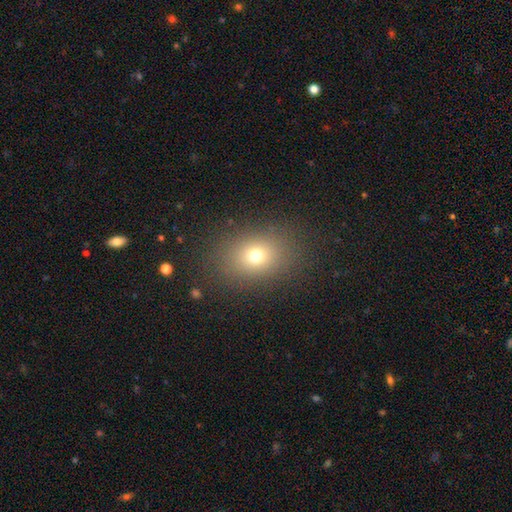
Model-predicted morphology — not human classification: A smooth galaxy with no disk features (70%) that is in between round and cigar-shaped (57%).

Vote fractions:
- Smooth or featured? smooth: 70% / star or artifact: 18% / featured or disk: 12%
- How rounded? in between: 57% / round: 42% / cigar-shaped: 1%
- Merging? none: 85% / minor disturbance: 9% / major disturbance: 5% / merger: 1%